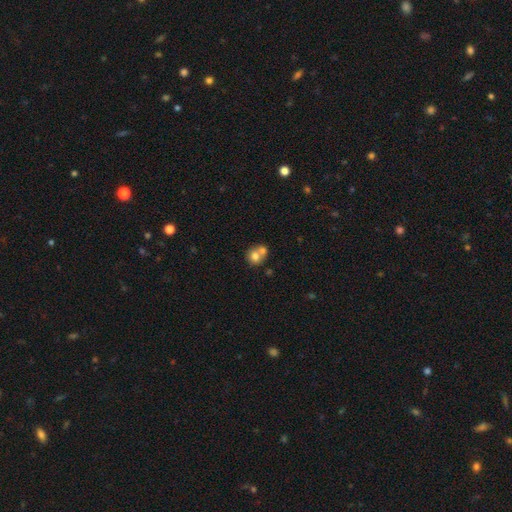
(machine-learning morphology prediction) Q: Smooth or featured?
A: smooth (72%); runner-up: featured or disk (18%)
Q: How rounded?
A: round (79%); runner-up: in between (20%)
Q: Merging?
A: merger (58%); runner-up: none (33%)